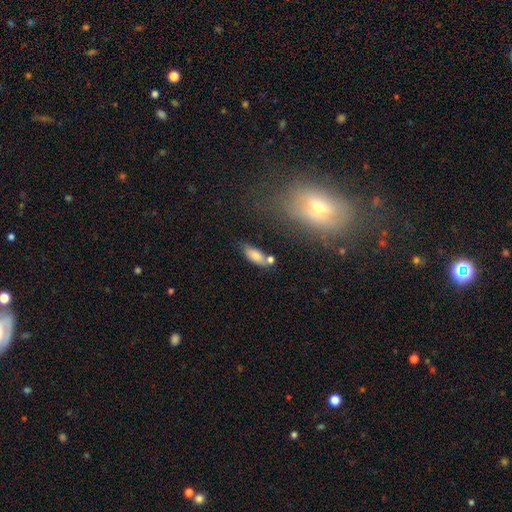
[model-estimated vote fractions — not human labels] The model was most divided on "merging": none: 57%, minor disturbance: 19%, merger: 18%, major disturbance: 6%. More confident: smooth or featured — smooth (78%); how rounded — in between (76%).